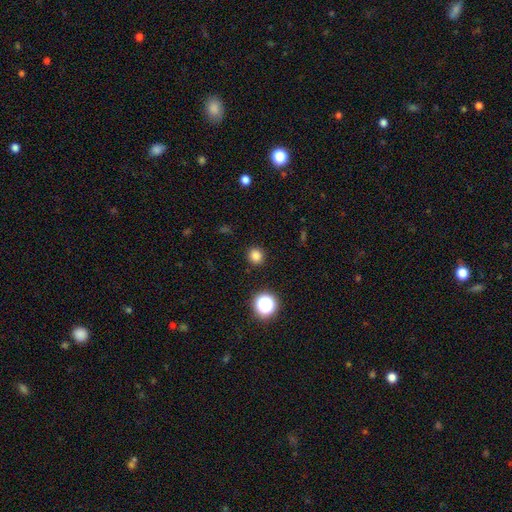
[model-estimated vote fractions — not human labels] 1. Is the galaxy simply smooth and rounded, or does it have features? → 81% smooth, 15% star or artifact, 4% featured or disk.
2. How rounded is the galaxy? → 90% round, 9% in between, 1% cigar-shaped.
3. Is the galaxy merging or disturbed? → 91% none, 5% minor disturbance, 2% major disturbance, 1% merger.